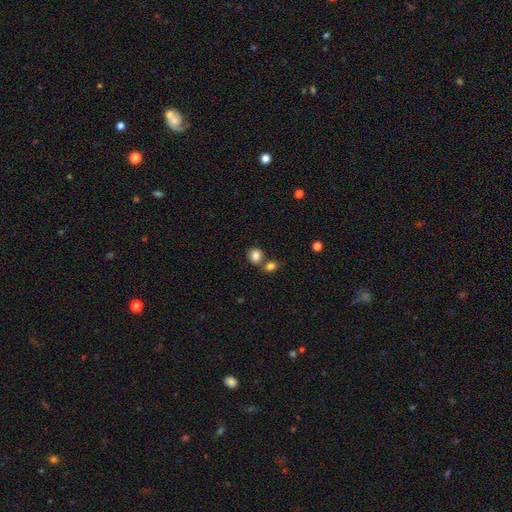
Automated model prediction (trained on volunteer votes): Smooth or featured? smooth (84%)
How rounded? round (70%)
Merging? none (63%)